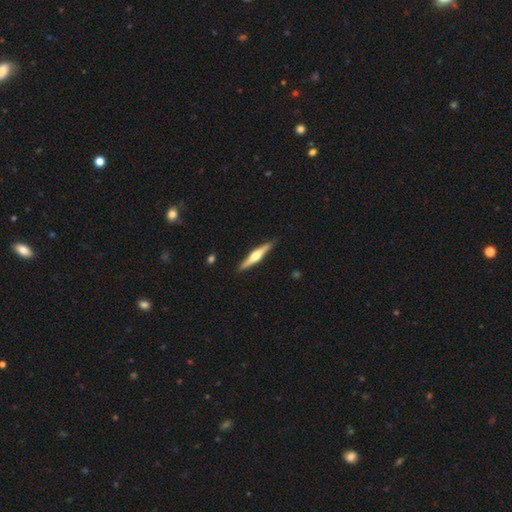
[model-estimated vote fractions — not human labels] Q: Smooth or featured?
A: featured or disk (65%); runner-up: smooth (30%)
Q: Edge-on disk?
A: yes (97%); runner-up: no (3%)
Q: Edge-on bulge?
A: rounded (92%); runner-up: boxy (5%)
Q: Merging?
A: none (89%); runner-up: minor disturbance (9%)